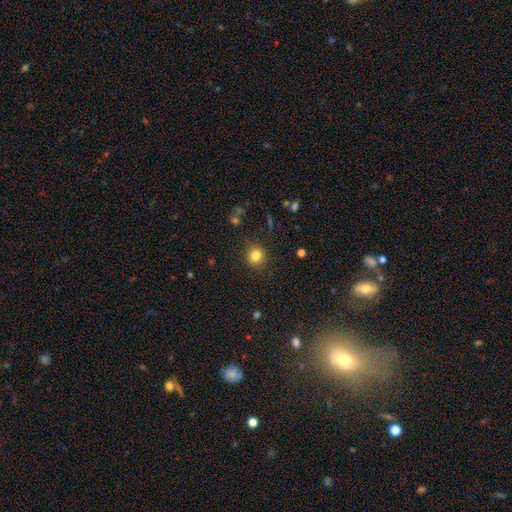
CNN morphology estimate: Smooth or featured?
  - smooth: 82% *
  - star or artifact: 12%
  - featured or disk: 6%
How rounded?
  - round: 90% *
  - in between: 9%
  - cigar-shaped: 1%
Merging?
  - none: 89% *
  - minor disturbance: 7%
  - major disturbance: 3%
  - merger: 1%